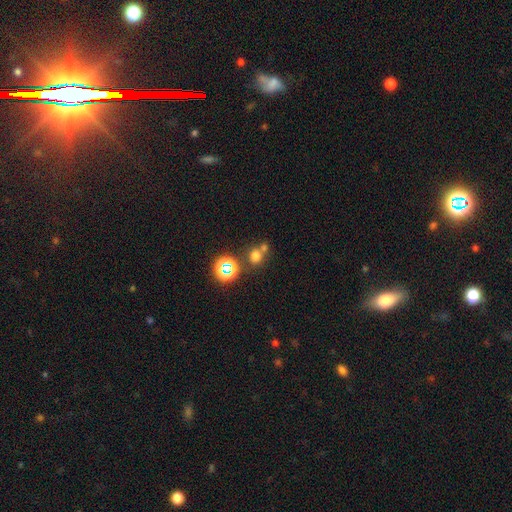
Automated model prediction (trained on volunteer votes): Smooth or featured? Predicted: smooth (p=0.67). How rounded? Predicted: round (p=0.78). Merging? Predicted: none (p=0.56).